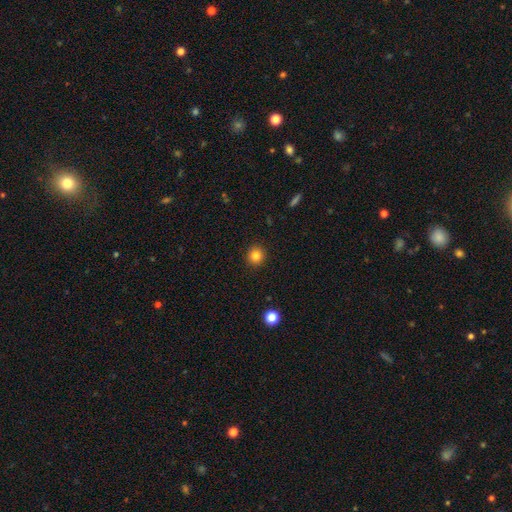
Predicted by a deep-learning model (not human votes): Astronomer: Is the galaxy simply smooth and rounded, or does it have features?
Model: smooth — 83%.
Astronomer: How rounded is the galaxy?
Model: round — 92%.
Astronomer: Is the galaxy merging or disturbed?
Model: none — 92%.